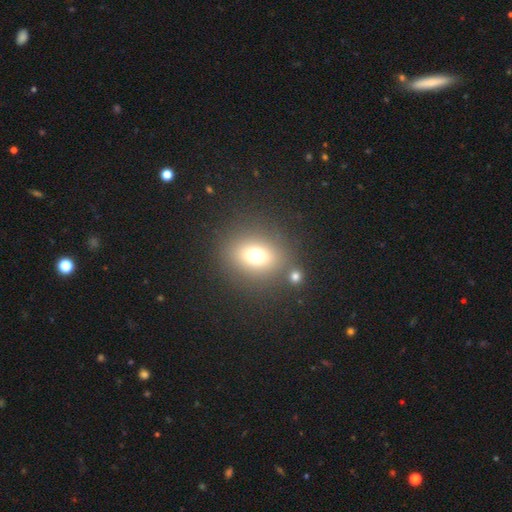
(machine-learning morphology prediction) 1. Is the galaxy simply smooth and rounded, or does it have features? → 71% smooth, 17% star or artifact, 12% featured or disk.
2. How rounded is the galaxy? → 67% round, 32% in between, 1% cigar-shaped.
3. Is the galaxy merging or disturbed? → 76% none, 10% merger, 9% minor disturbance, 5% major disturbance.